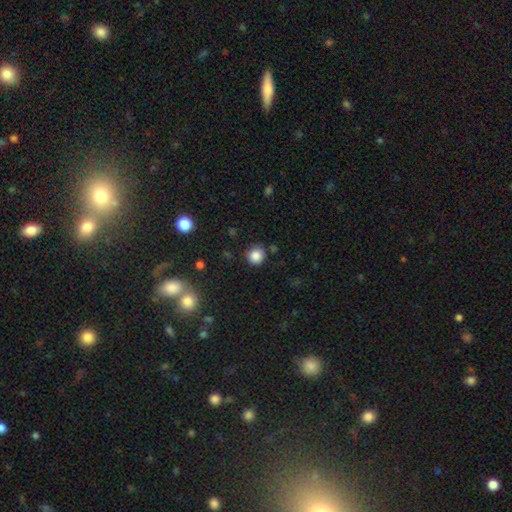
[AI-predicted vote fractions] Smooth or featured? smooth (85%)
How rounded? round (90%)
Merging? none (86%)